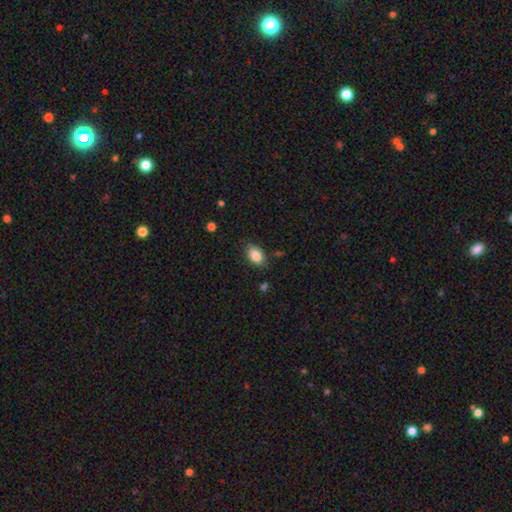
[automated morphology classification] A smooth galaxy with no disk features (86%) that is in between round and cigar-shaped (87%). Merging: none (82%).